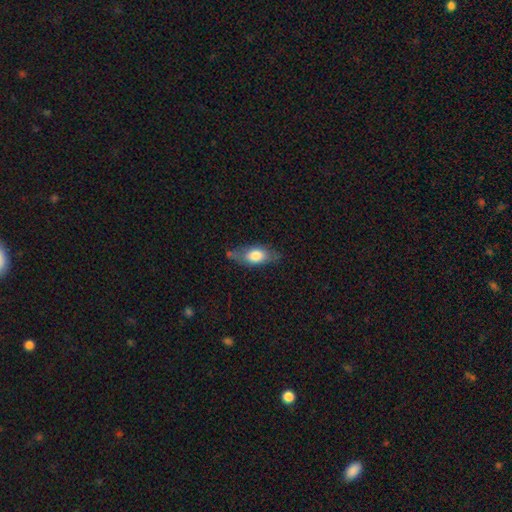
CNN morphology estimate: smooth 69%, featured or disk 24%, star or artifact 7%. Down the decision tree: how rounded — in between (81%); merging — none (64%).